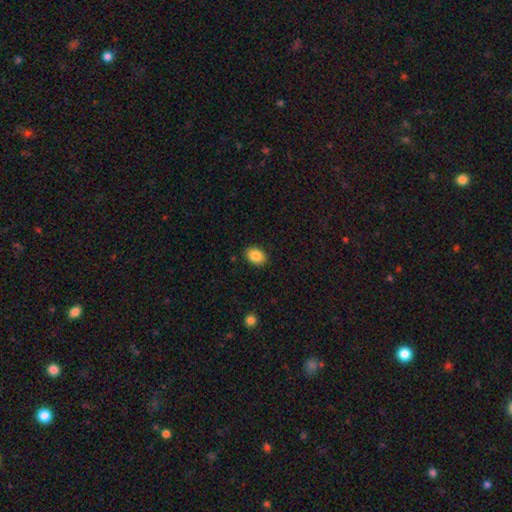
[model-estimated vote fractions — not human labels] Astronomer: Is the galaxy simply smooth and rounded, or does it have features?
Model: smooth — 87%.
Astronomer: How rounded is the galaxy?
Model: in between — 75%.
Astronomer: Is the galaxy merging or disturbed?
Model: none — 89%.